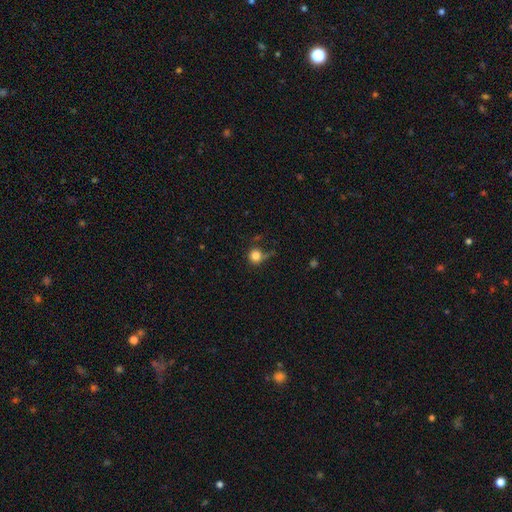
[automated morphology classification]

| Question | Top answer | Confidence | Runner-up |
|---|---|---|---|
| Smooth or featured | smooth | 83% | star or artifact (11%) |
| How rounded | round | 91% | in between (8%) |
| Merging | none | 60% | minor disturbance (23%) |